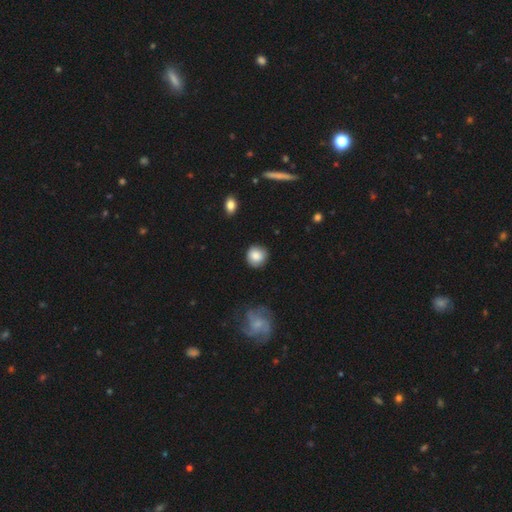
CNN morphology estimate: Smooth or featured? smooth (84%)
How rounded? round (89%)
Merging? none (82%)